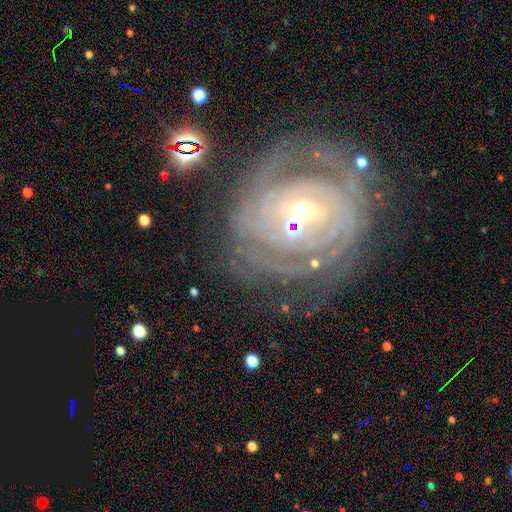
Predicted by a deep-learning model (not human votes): This appears to be a featured or disk galaxy (85%) with a weak bar (41%), tight (78%) spiral arms (92%) and a small central bulge (54%). Merging: none (70%).